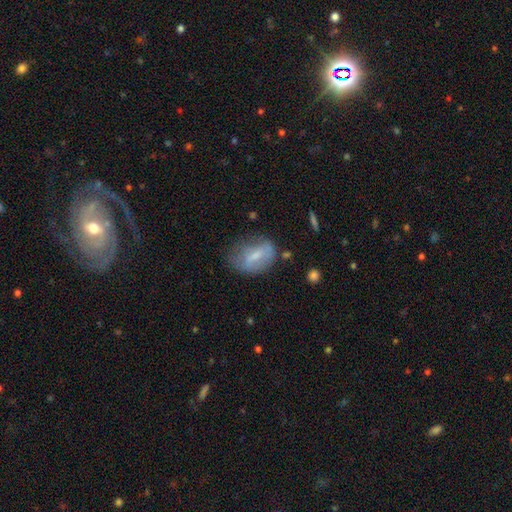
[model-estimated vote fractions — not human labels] Q: Smooth or featured?
A: smooth (58%); runner-up: featured or disk (33%)
Q: How rounded?
A: in between (81%); runner-up: round (15%)
Q: Merging?
A: none (50%); runner-up: minor disturbance (30%)